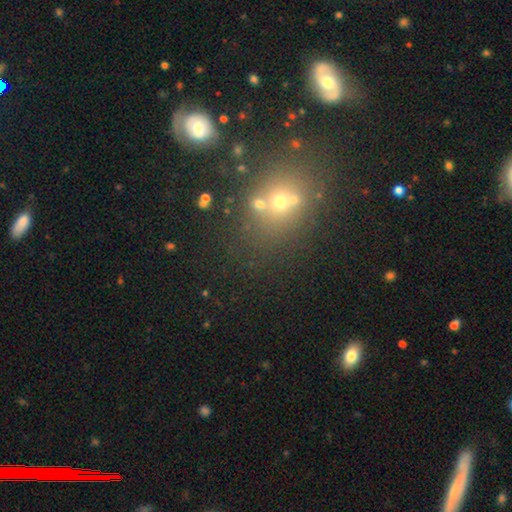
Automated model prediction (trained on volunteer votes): Smooth or featured? star or artifact (44%)